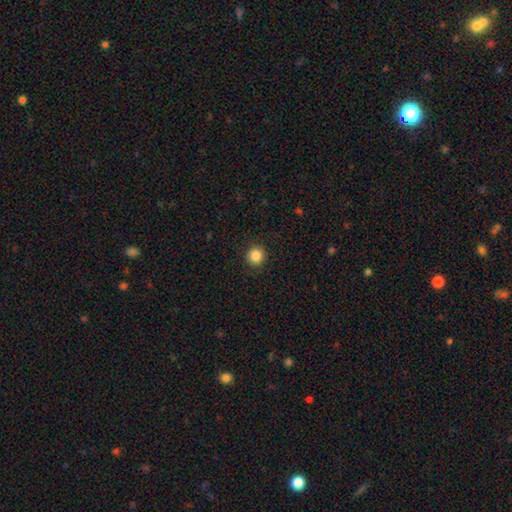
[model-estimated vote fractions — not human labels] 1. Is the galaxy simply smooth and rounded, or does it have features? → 86% smooth, 10% star or artifact, 4% featured or disk.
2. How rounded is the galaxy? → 94% round, 6% in between, 1% cigar-shaped.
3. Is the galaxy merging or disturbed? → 91% none, 6% minor disturbance, 2% major disturbance, 1% merger.